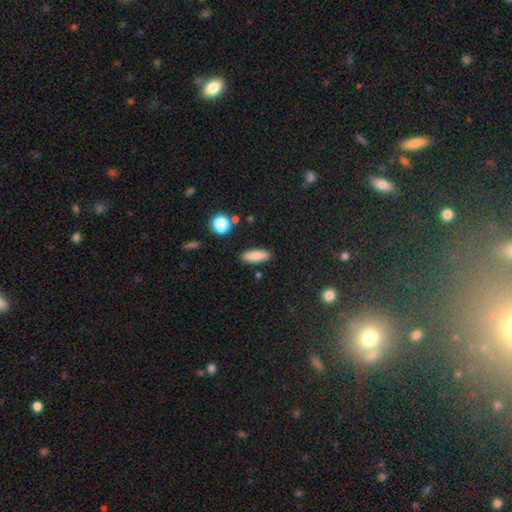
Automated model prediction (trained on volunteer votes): smooth 82%, featured or disk 10%, star or artifact 8%. Down the decision tree: how rounded — in between (60%); merging — none (87%).